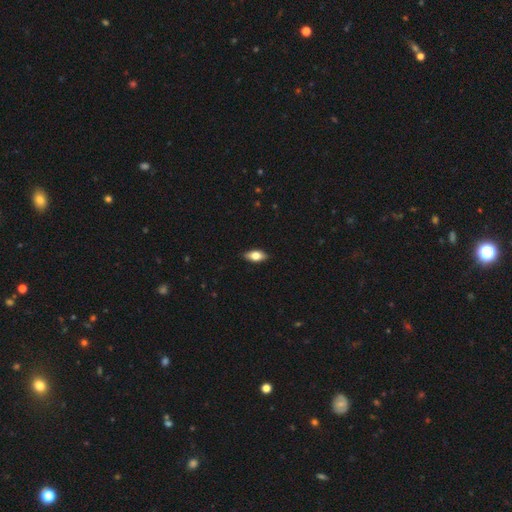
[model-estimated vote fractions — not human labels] Smooth or featured? Predicted: smooth (p=0.70). How rounded? Predicted: in between (p=0.86). Merging? Predicted: none (p=0.89).